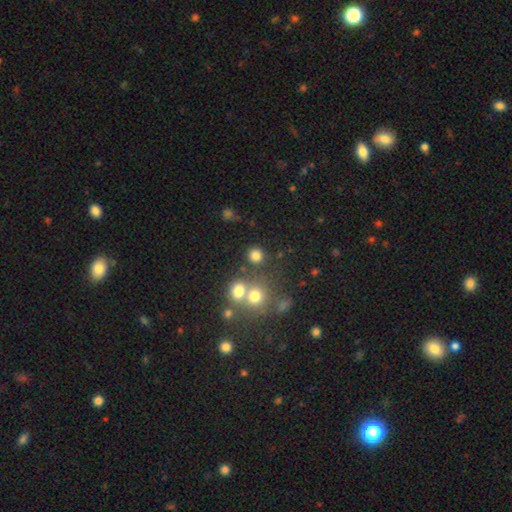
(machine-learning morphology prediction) The model was most divided on "merging": none: 72%, merger: 16%, minor disturbance: 8%, major disturbance: 4%. More confident: how rounded — round (87%); smooth or featured — smooth (78%).